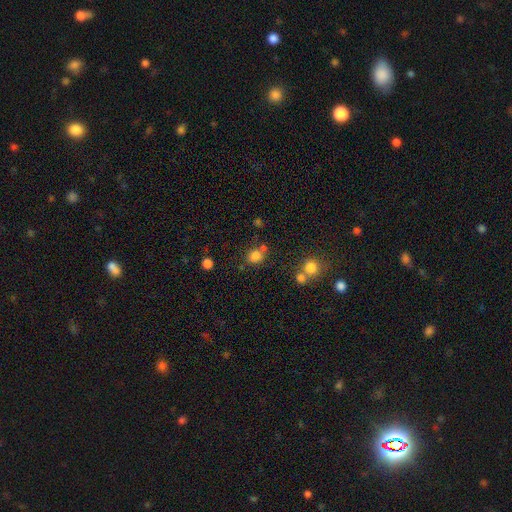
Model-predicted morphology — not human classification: A smooth galaxy with no disk features (80%) that is round (59%).

Vote fractions:
- Smooth or featured? smooth: 80% / star or artifact: 14% / featured or disk: 6%
- How rounded? round: 59% / in between: 40% / cigar-shaped: 1%
- Merging? none: 63% / merger: 17% / minor disturbance: 14% / major disturbance: 6%